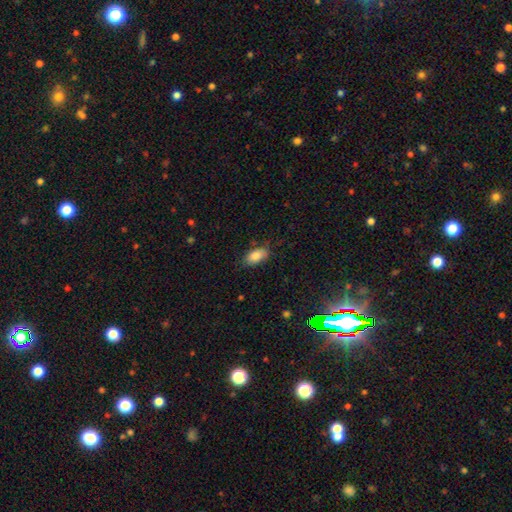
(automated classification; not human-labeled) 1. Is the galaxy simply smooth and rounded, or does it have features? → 84% smooth, 8% featured or disk, 7% star or artifact.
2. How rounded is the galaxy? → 92% in between, 4% round, 4% cigar-shaped.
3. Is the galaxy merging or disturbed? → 76% none, 19% minor disturbance, 4% major disturbance, 1% merger.